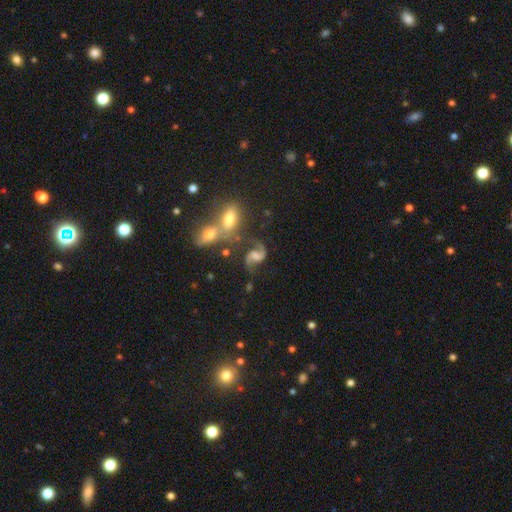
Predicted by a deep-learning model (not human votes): This is clearly a featured or disk galaxy (83%). It is clearly not viewed edge-on (97%). Bar: possibly no (45%). Spiral arm pattern: clearly yes (96%). Spiral arm count: clearly 2 (91%). Spiral winding: possibly loose (57%). Central bulge: marginally none (31%, tied with moderate). Merging: possibly none (53%).